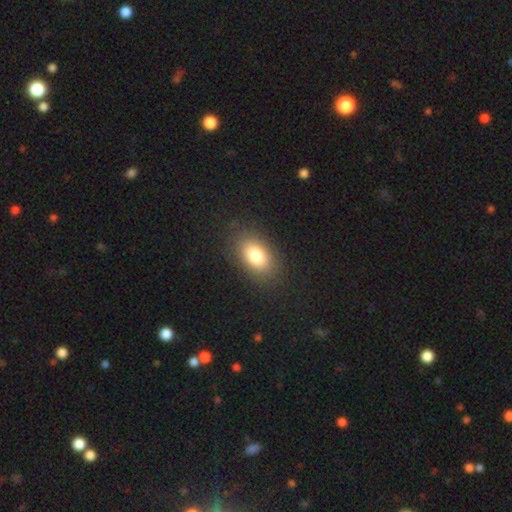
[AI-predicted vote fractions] Smooth or featured?
  - smooth: 79% *
  - featured or disk: 11%
  - star or artifact: 9%
How rounded?
  - in between: 88% *
  - round: 10%
  - cigar-shaped: 2%
Merging?
  - none: 86% *
  - minor disturbance: 10%
  - major disturbance: 4%
  - merger: 1%